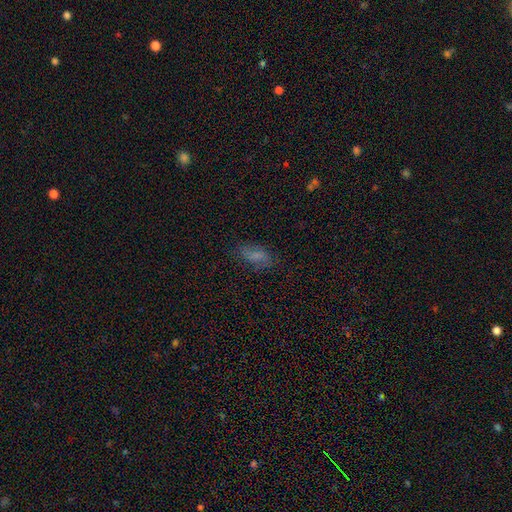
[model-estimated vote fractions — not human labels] Smooth or featured? smooth (68%)
How rounded? in between (87%)
Merging? none (72%)